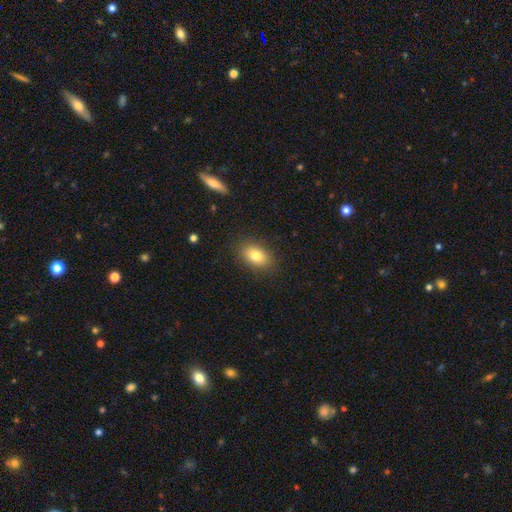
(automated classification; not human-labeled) Smooth or featured? Predicted: smooth (p=0.81). How rounded? Predicted: in between (p=0.85). Merging? Predicted: none (p=0.87).